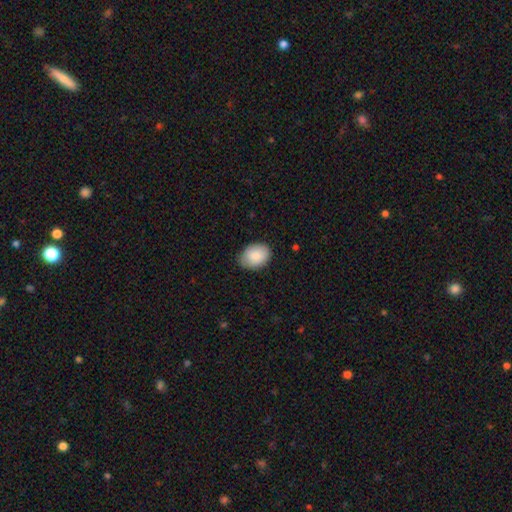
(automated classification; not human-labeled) A smooth galaxy with no disk features (88%) that is in between round and cigar-shaped (75%). Merging: none (79%).